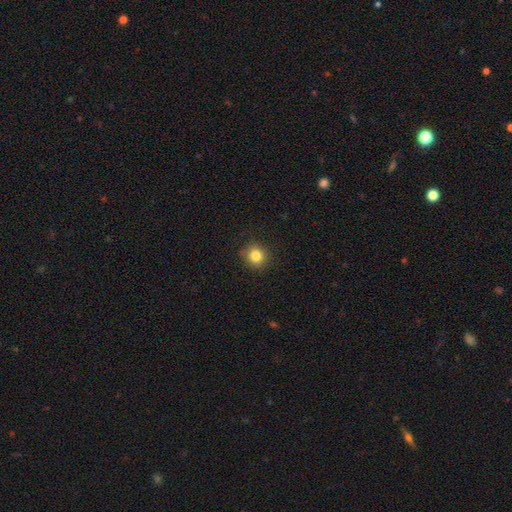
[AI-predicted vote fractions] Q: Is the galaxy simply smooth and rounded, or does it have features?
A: smooth — 83%.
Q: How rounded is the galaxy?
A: round — 90%.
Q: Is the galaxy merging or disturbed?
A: none — 88%.